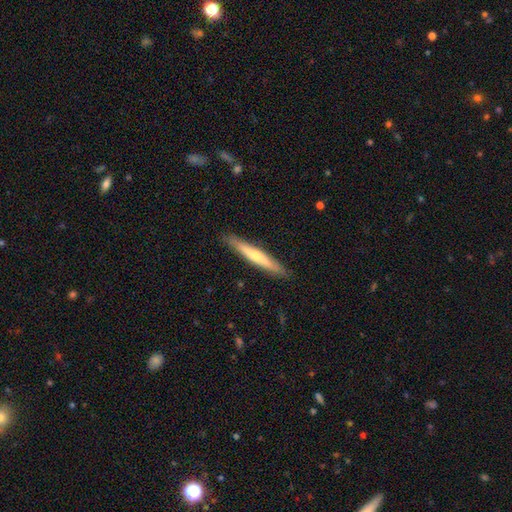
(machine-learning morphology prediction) A smooth galaxy with no disk features (48%).

Vote fractions:
- Smooth or featured? smooth: 48% / featured or disk: 47% / star or artifact: 5%
- Merging? none: 90% / minor disturbance: 7% / major disturbance: 1% / merger: 1%